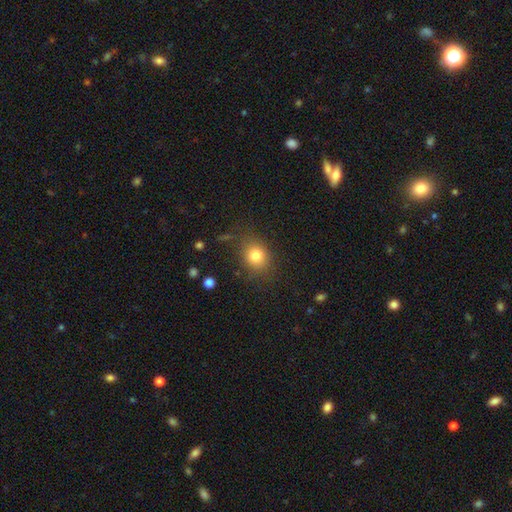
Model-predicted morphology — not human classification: Smooth or featured? smooth (79%)
How rounded? round (67%)
Merging? none (81%)